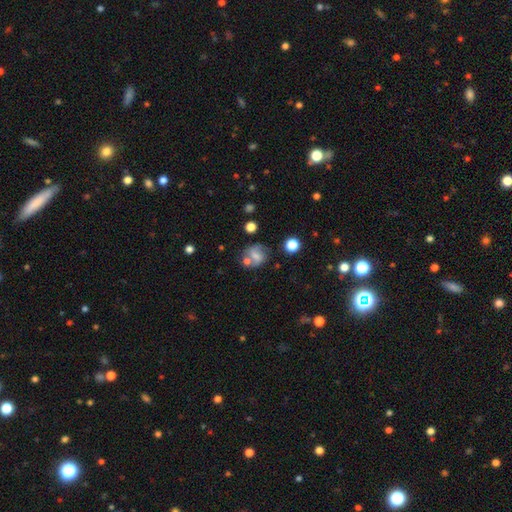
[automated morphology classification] This is possibly a smooth galaxy (46%). Merging: possibly none (49%).